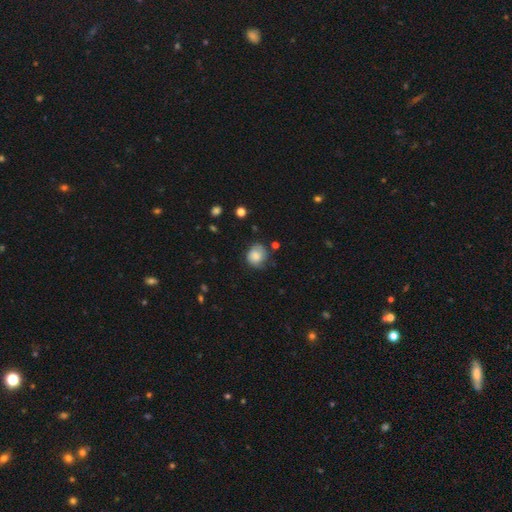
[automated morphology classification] A smooth galaxy with no disk features (79%) that is round (76%). Merging: none (62%).